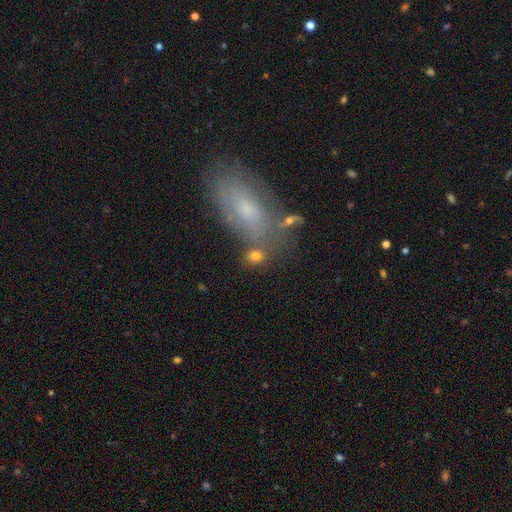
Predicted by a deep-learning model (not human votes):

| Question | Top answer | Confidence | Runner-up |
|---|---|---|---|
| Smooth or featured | smooth | 71% | featured or disk (16%) |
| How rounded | round | 50% | in between (45%) |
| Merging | none | 64% | minor disturbance (15%) |